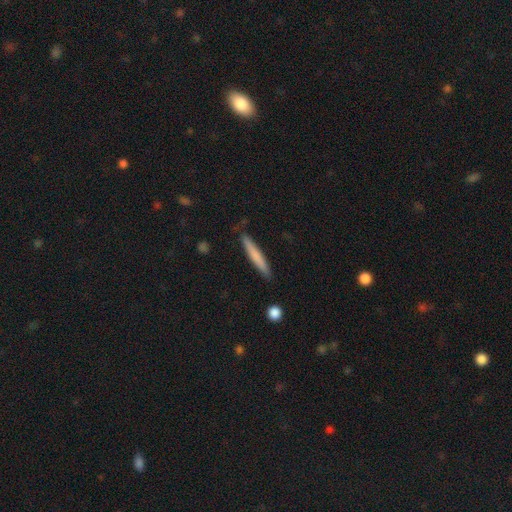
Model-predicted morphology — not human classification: Smooth or featured? Predicted: smooth (p=0.72). How rounded? Predicted: cigar-shaped (p=0.95). Merging? Predicted: none (p=0.86).